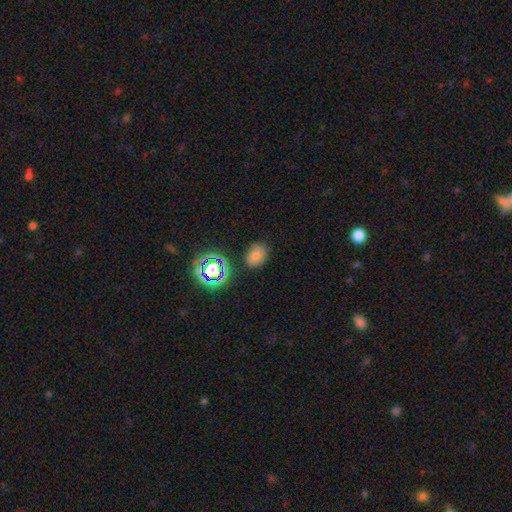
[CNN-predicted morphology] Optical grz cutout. It shows a smooth galaxy with no disk features (66%) that is in between round and cigar-shaped (66%). Merging: none (81%).